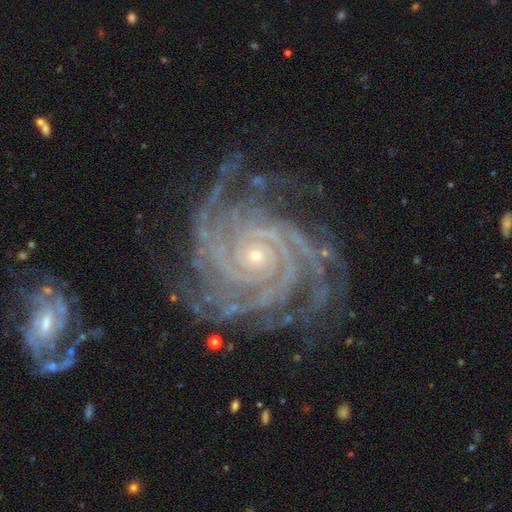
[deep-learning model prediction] Q: Smooth or featured?
A: featured or disk (93%); runner-up: star or artifact (5%)
Q: Edge-on disk?
A: no (98%); runner-up: yes (2%)
Q: Bar?
A: no (72%); runner-up: weak (18%)
Q: Spiral arms?
A: yes (99%); runner-up: no (1%)
Q: Spiral winding?
A: tight (81%); runner-up: medium (17%)
Q: Spiral arm count?
A: 4 (29%); runner-up: more than 4 (23%)
Q: Bulge size?
A: small (81%); runner-up: moderate (16%)
Q: Merging?
A: none (73%); runner-up: minor disturbance (17%)